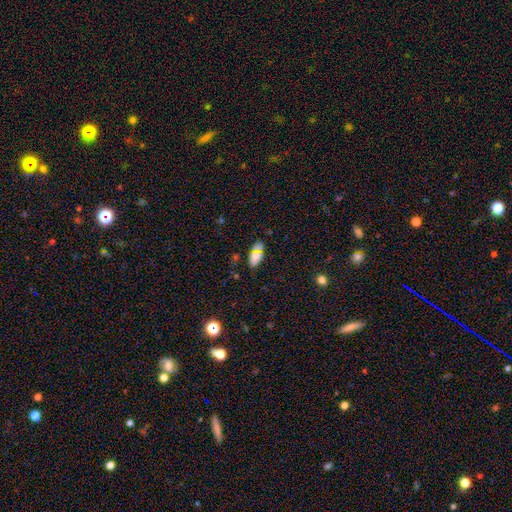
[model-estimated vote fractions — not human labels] A smooth galaxy with no disk features (71%) that is in between round and cigar-shaped (88%).

Vote fractions:
- Smooth or featured? smooth: 71% / star or artifact: 18% / featured or disk: 11%
- How rounded? in between: 88% / cigar-shaped: 6% / round: 6%
- Merging? none: 79% / minor disturbance: 13% / major disturbance: 4% / merger: 4%